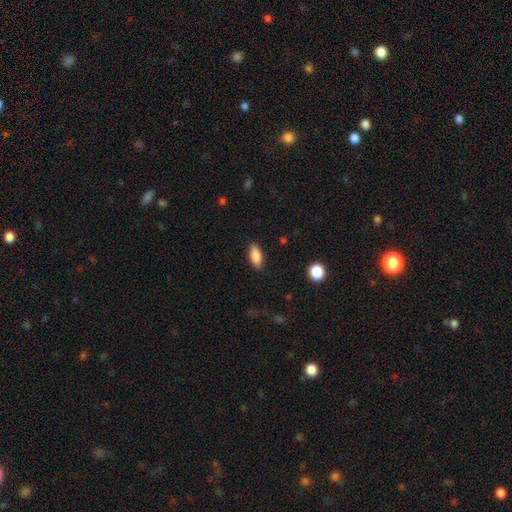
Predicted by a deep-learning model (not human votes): Q: Smooth or featured?
A: smooth (86%); runner-up: featured or disk (7%)
Q: How rounded?
A: in between (81%); runner-up: cigar-shaped (17%)
Q: Merging?
A: none (88%); runner-up: minor disturbance (9%)